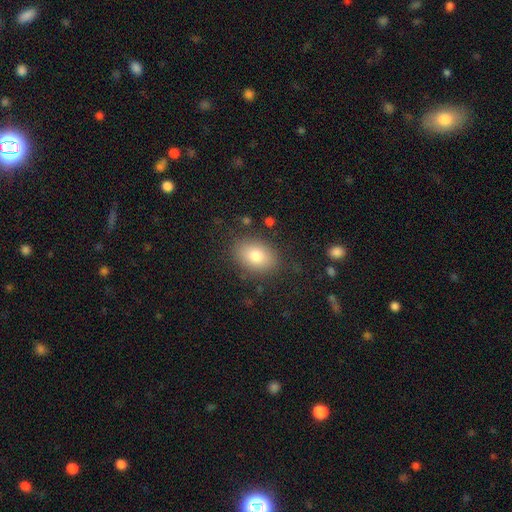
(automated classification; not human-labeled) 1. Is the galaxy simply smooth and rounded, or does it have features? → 79% smooth, 12% featured or disk, 9% star or artifact.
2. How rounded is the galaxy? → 73% in between, 26% round, 1% cigar-shaped.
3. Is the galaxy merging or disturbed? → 84% none, 11% minor disturbance, 4% major disturbance, 2% merger.